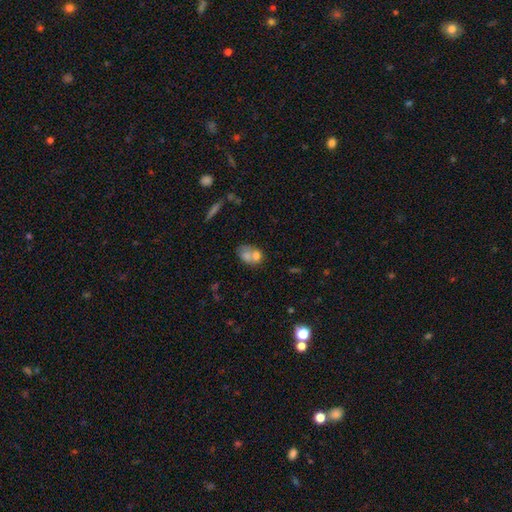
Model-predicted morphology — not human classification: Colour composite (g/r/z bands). It shows a smooth galaxy with no disk features (65%) that is in between round and cigar-shaped (61%). Merging: merger (60%).